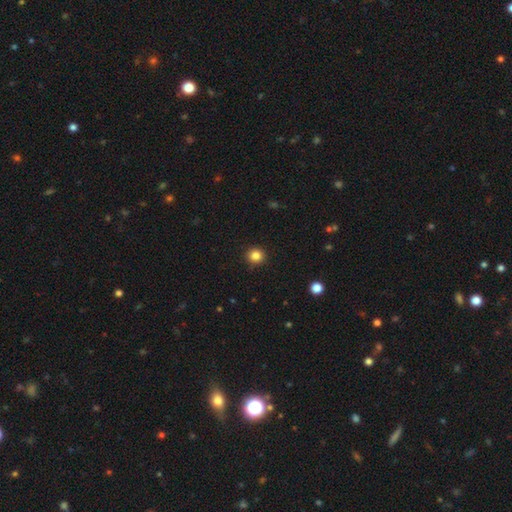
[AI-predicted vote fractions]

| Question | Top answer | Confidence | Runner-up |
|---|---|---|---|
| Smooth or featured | smooth | 84% | star or artifact (12%) |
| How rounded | round | 93% | in between (6%) |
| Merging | none | 92% | minor disturbance (5%) |